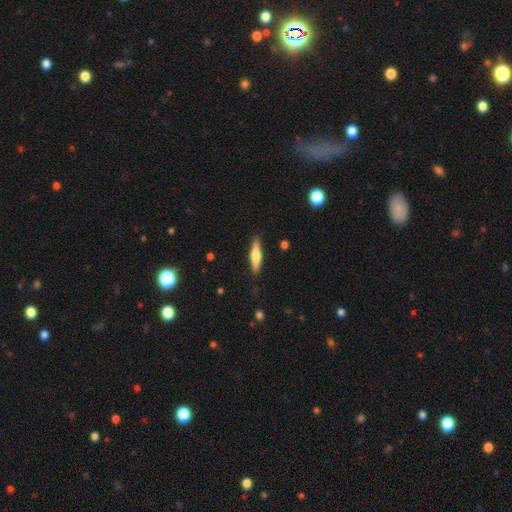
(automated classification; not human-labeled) Smooth or featured? smooth (52%)
How rounded? cigar-shaped (77%)
Merging? none (89%)